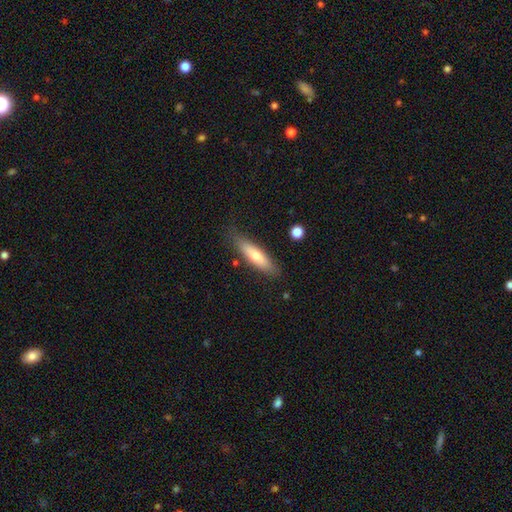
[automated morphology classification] This appears to be a smooth galaxy with no disk features (64%) that is cigar-shaped (71%). Merging: none (81%).